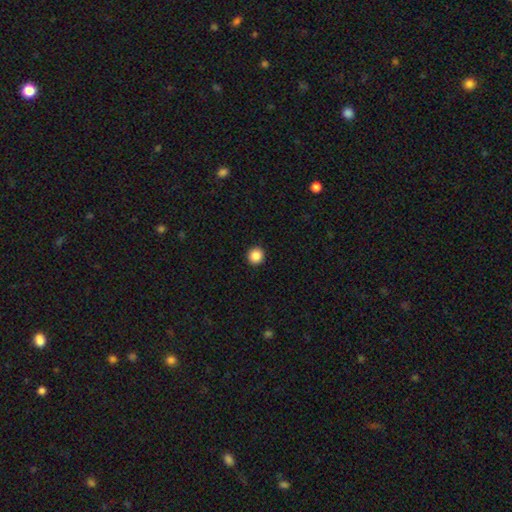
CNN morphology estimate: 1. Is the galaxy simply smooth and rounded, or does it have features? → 87% smooth, 10% star or artifact, 3% featured or disk.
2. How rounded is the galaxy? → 93% round, 6% in between, 1% cigar-shaped.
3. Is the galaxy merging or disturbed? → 93% none, 4% minor disturbance, 2% major disturbance, 1% merger.